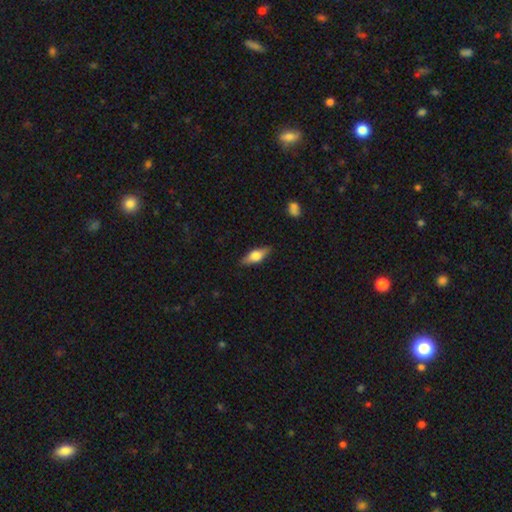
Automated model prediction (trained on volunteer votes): smooth_or_featured: smooth (p=0.58) [alt: featured or disk p=0.36]
how_rounded: in between (p=0.66) [alt: cigar-shaped p=0.30]
merging: none (p=0.85) [alt: minor disturbance p=0.11]